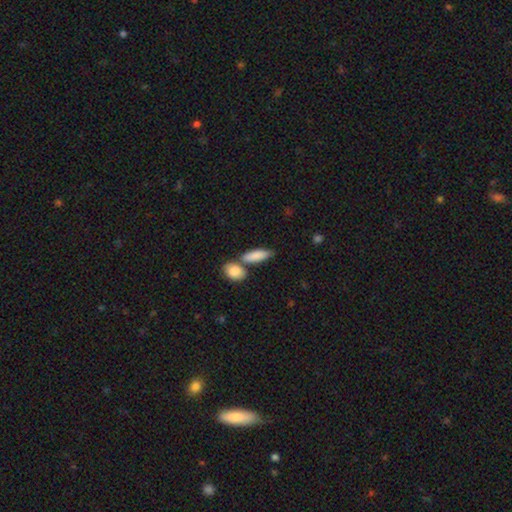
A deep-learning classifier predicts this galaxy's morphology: smooth-or-featured: smooth: 85% | featured or disk: 9% | star or artifact: 6%
  how-rounded: in between: 62% | cigar-shaped: 35% | round: 4%
  merging: none: 57% | merger: 25% | minor disturbance: 14% | major disturbance: 4%